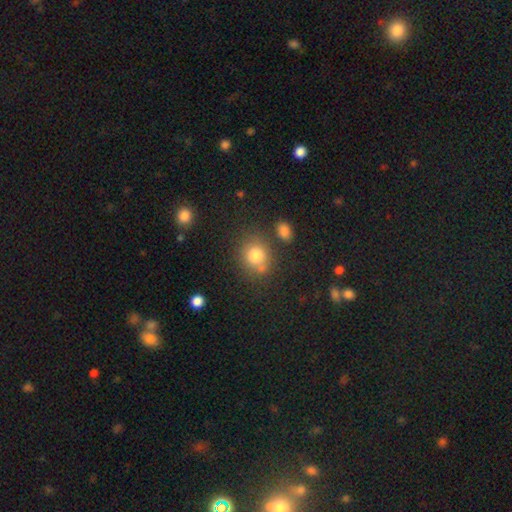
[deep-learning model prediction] Smooth or featured? Predicted: smooth (p=0.79). How rounded? Predicted: round (p=0.71). Merging? Predicted: none (p=0.68).